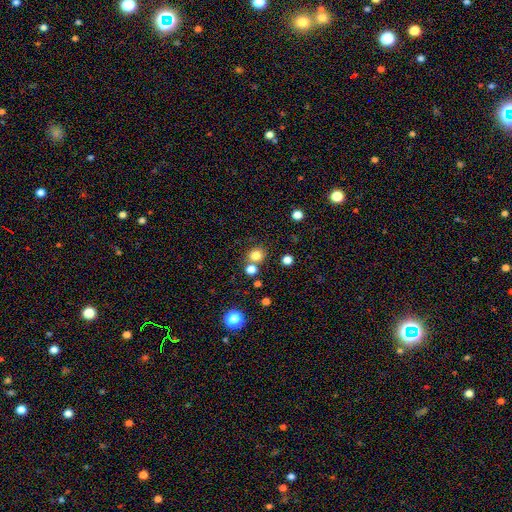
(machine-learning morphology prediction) Q: Smooth or featured?
A: smooth (80%); runner-up: star or artifact (14%)
Q: How rounded?
A: round (85%); runner-up: in between (14%)
Q: Merging?
A: none (69%); runner-up: merger (20%)